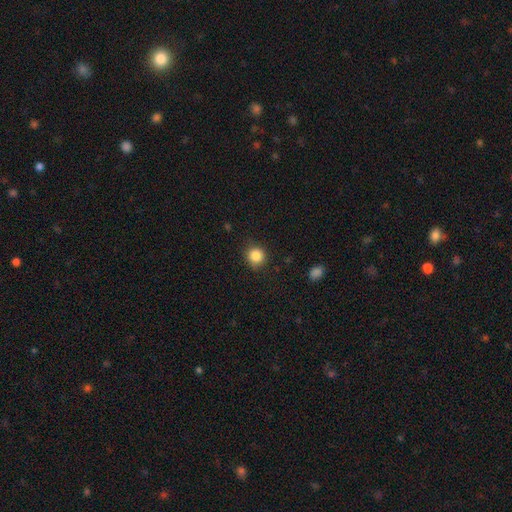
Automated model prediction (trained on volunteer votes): smooth_or_featured: smooth (p=0.86) [alt: star or artifact p=0.10]
how_rounded: round (p=0.92) [alt: in between p=0.07]
merging: none (p=0.86) [alt: minor disturbance p=0.10]